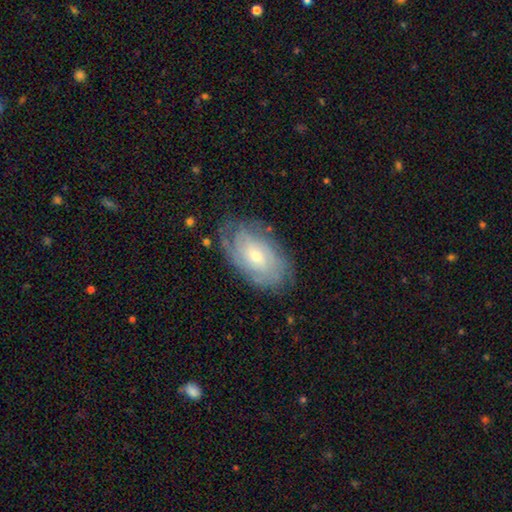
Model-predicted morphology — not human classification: smooth_or_featured: featured or disk (p=0.71) [alt: smooth p=0.23]
disk_edge_on: no (p=0.94) [alt: yes p=0.06]
bar: no (p=0.69) [alt: weak p=0.26]
has_spiral_arms: yes (p=0.87) [alt: no p=0.13]
spiral_winding: tight (p=0.71) [alt: medium p=0.22]
spiral_arm_count: can't tell (p=0.58) [alt: 2 p=0.17]
bulge_size: small (p=0.51) [alt: moderate p=0.45]
merging: none (p=0.72) [alt: minor disturbance p=0.20]